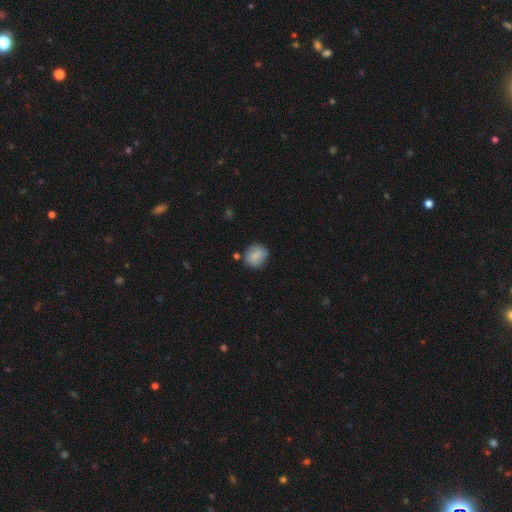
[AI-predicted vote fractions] Smooth or featured?
  - smooth: 82% *
  - featured or disk: 10%
  - star or artifact: 8%
How rounded?
  - round: 82% *
  - in between: 17%
  - cigar-shaped: 1%
Merging?
  - none: 75% *
  - minor disturbance: 17%
  - merger: 4%
  - major disturbance: 4%